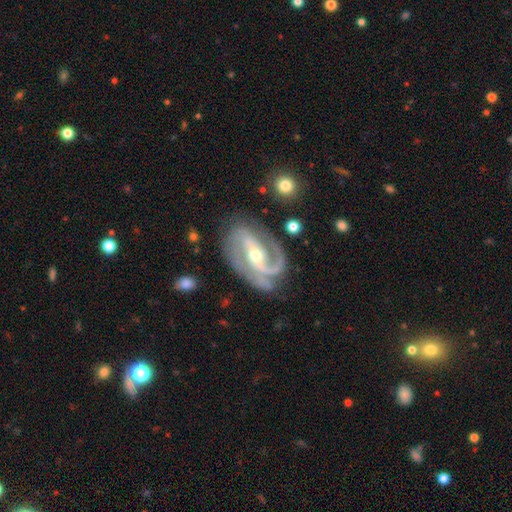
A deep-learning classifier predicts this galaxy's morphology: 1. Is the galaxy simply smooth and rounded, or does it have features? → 92% featured or disk, 4% star or artifact, 4% smooth.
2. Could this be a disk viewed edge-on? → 97% no, 3% yes.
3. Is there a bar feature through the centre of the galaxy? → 42% strong, 35% weak, 23% no.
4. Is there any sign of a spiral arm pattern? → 98% yes, 2% no.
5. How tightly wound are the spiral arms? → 53% medium, 27% tight, 20% loose.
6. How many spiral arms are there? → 80% 2, 7% 1, 6% 3, 4% can't tell, 2% 4, 2% more than 4.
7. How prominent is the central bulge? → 51% moderate, 45% small, 2% large, 1% none, 1% dominant.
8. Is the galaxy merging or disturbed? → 70% none, 18% minor disturbance, 9% major disturbance, 2% merger.